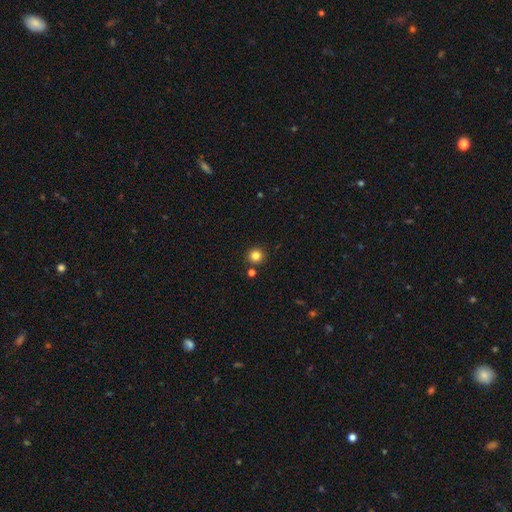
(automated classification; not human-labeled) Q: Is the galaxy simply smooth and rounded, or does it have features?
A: smooth — 83%.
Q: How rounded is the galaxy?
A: round — 95%.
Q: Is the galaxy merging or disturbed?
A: none — 87%.